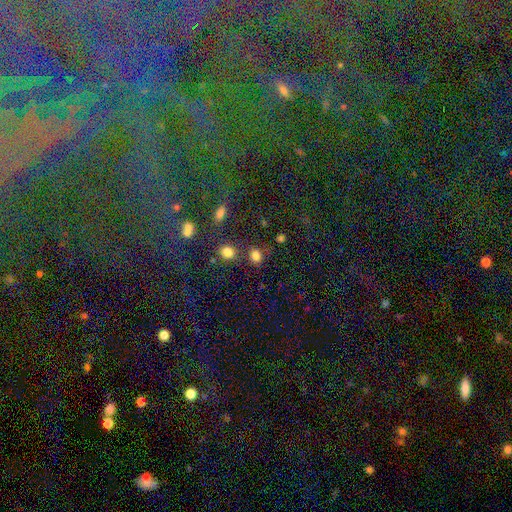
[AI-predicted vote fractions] Overall: smooth (81%). How rounded: round (58%; in between 41%). Merging: none (70%).